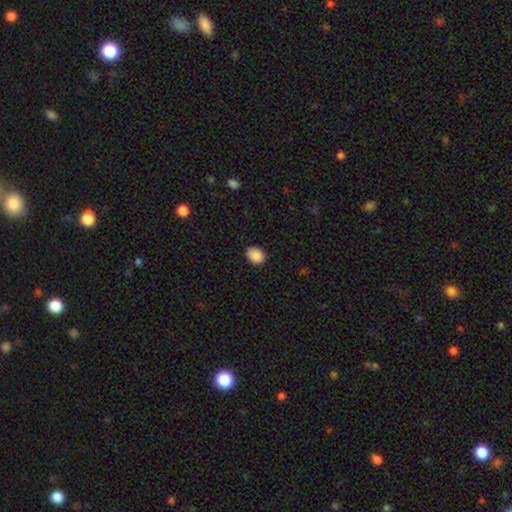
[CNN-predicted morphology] A smooth galaxy with no disk features (89%) that is in between round and cigar-shaped (63%).

Vote fractions:
- Smooth or featured? smooth: 89% / star or artifact: 8% / featured or disk: 3%
- How rounded? in between: 63% / round: 36% / cigar-shaped: 1%
- Merging? none: 87% / minor disturbance: 9% / major disturbance: 2% / merger: 1%